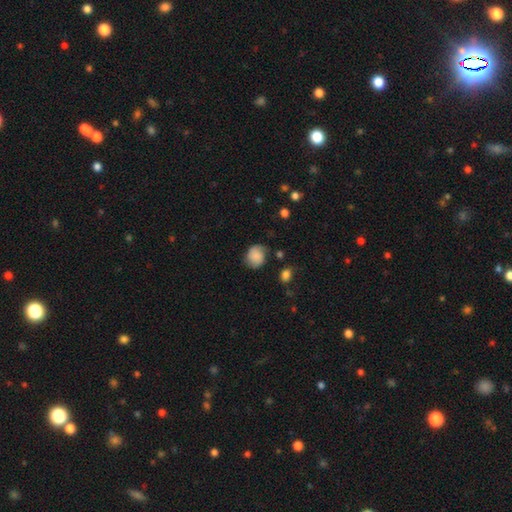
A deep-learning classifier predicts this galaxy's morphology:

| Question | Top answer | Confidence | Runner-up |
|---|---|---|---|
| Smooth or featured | smooth | 71% | featured or disk (21%) |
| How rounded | round | 70% | in between (30%) |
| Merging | none | 68% | minor disturbance (23%) |